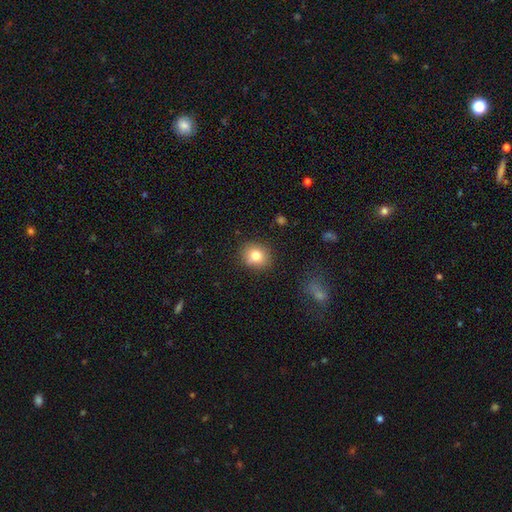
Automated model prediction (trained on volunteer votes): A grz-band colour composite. It shows a smooth galaxy with no disk features (80%) that is round (71%). Merging: none (84%).